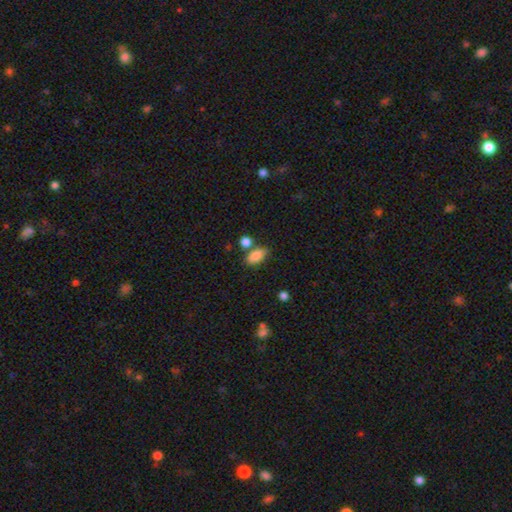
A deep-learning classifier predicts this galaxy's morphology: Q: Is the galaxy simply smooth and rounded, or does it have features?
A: smooth — 86%.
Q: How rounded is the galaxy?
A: in between — 89%.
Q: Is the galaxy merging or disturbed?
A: none — 62%.